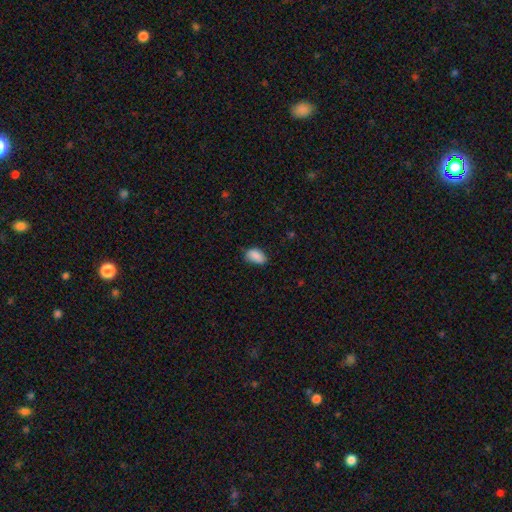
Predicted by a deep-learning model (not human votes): Smooth or featured: smooth — 89% (star or artifact — 7%)
How rounded: in between — 91% (round — 6%)
Merging: none — 73% (minor disturbance — 22%)